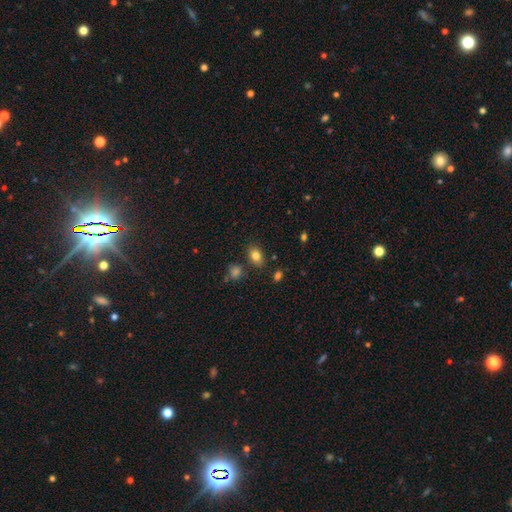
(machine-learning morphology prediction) This appears to be a smooth galaxy with no disk features (82%) that is in between round and cigar-shaped (78%). Merging: none (80%).